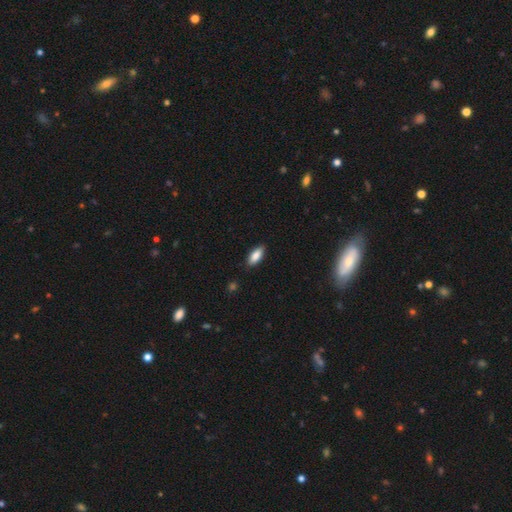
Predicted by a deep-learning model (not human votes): Smooth or featured? smooth (86%)
How rounded? in between (82%)
Merging? none (87%)